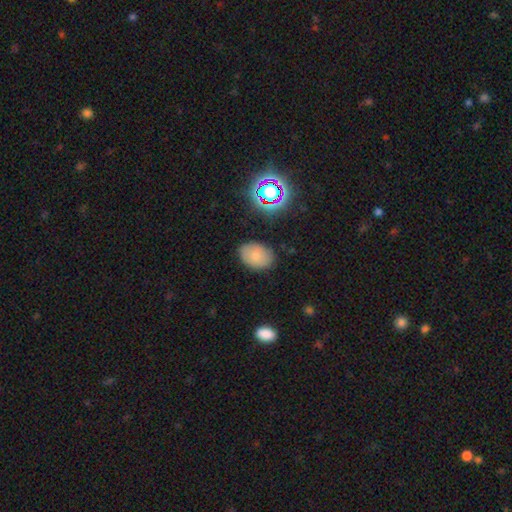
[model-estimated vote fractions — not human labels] A smooth galaxy with no disk features (75%) that is in between round and cigar-shaped (78%). Merging: none (83%).